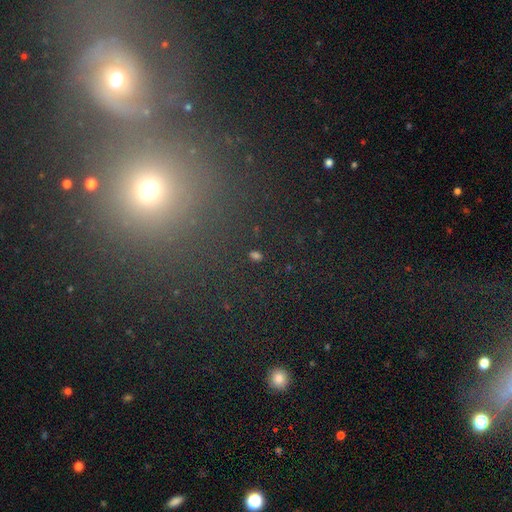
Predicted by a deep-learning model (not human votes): Q: Smooth or featured?
A: star or artifact (51%); runner-up: smooth (39%)